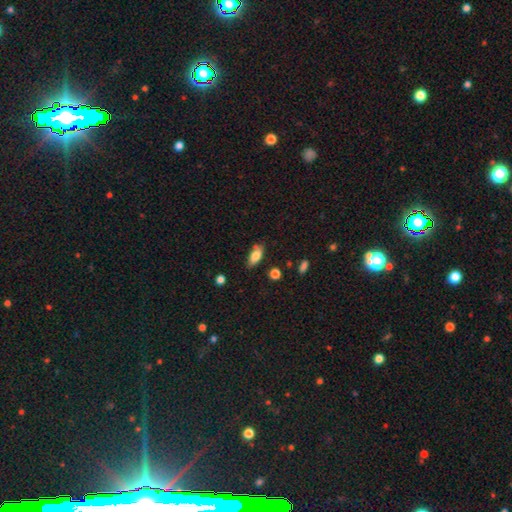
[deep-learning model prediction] Overall: smooth (81%). How rounded: in between (86%). Merging: none (74%).